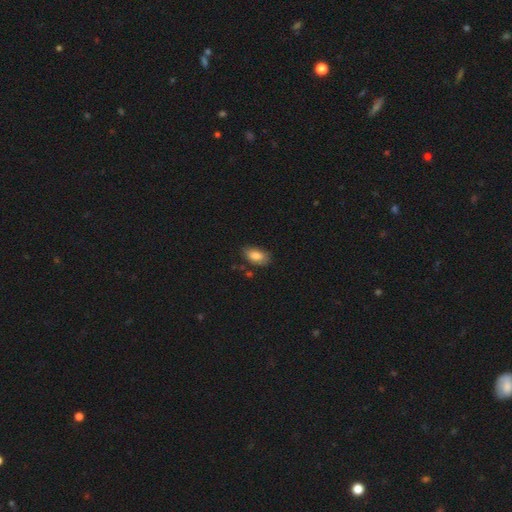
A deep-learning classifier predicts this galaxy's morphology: type=smooth (85%); roundness=in between (92%); merging=none (76%).